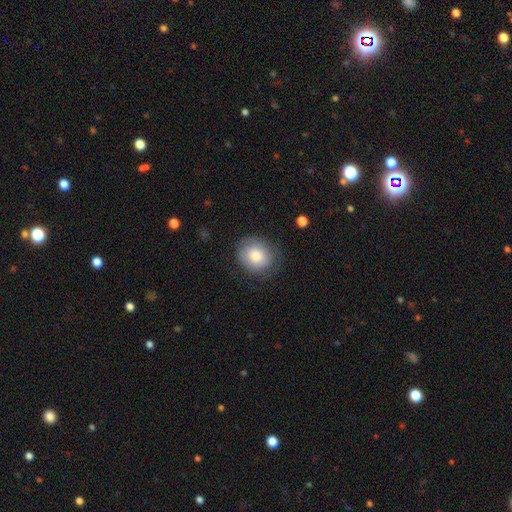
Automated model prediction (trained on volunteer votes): A smooth galaxy with no disk features (76%) that is round (71%). Merging: none (76%).